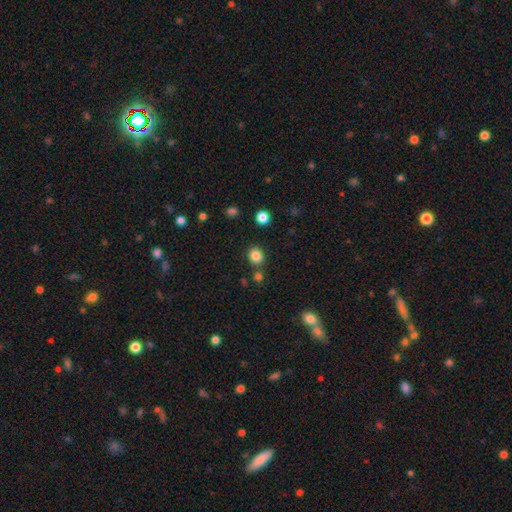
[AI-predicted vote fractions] Morphology: type=smooth (84%); roundness=round (80%); merging=none (81%).